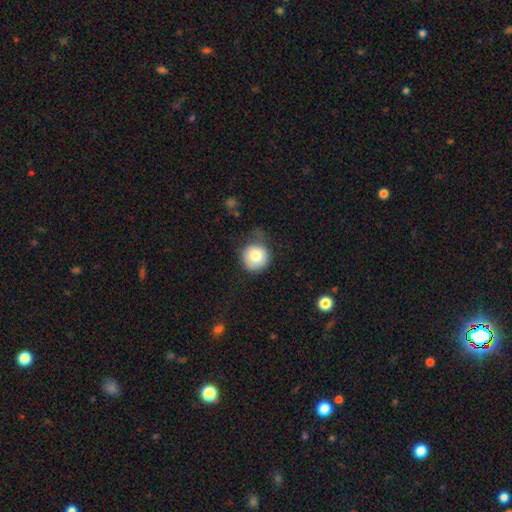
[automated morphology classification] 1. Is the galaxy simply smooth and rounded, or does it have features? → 81% smooth, 11% featured or disk, 9% star or artifact.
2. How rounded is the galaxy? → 92% round, 7% in between, 1% cigar-shaped.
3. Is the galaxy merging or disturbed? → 58% none, 29% minor disturbance, 11% major disturbance, 2% merger.